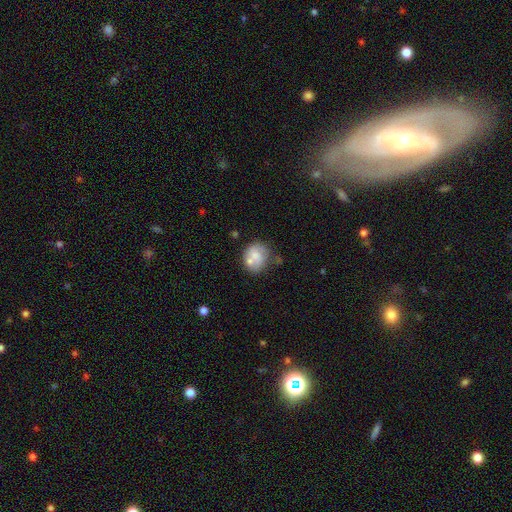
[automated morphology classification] The model was most divided on "merging": none: 45%, merger: 26%, minor disturbance: 21%, major disturbance: 8%. More confident: smooth or featured — smooth (63%); how rounded — round (62%).